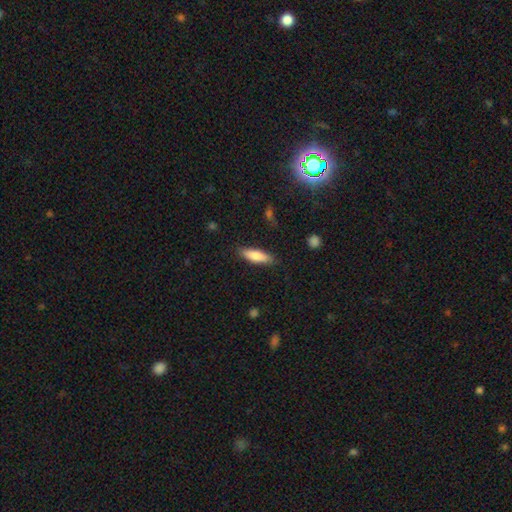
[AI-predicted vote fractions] A smooth galaxy with no disk features (80%) that is cigar-shaped (50%). Merging: none (84%).